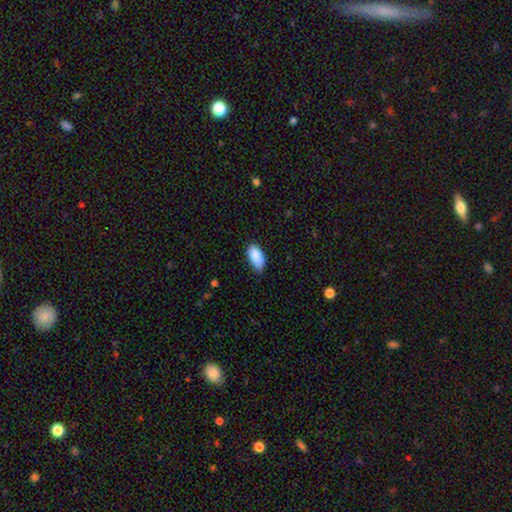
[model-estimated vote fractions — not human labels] This appears to be a smooth galaxy with no disk features (88%) that is in between round and cigar-shaped (92%). Merging: none (60%).